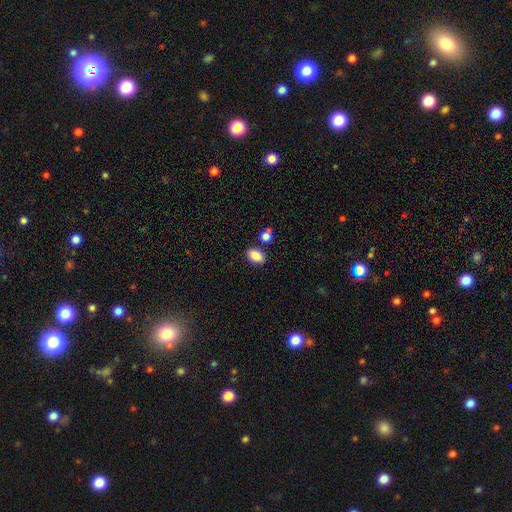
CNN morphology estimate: smooth_or_featured: smooth (p=0.84) [alt: star or artifact p=0.09]
how_rounded: in between (p=0.83) [alt: round p=0.15]
merging: none (p=0.80) [alt: minor disturbance p=0.10]